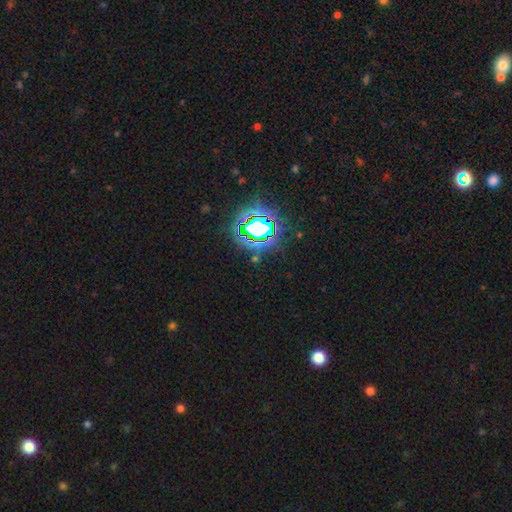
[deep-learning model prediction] Morphology: type=star or artifact (77%).